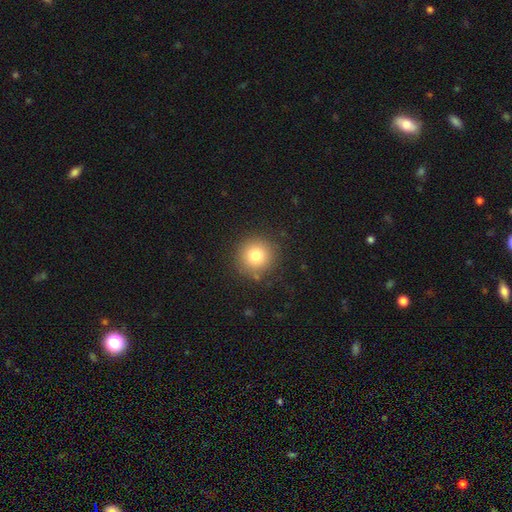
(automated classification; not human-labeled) The model was most divided on "smooth or featured": smooth: 79%, star or artifact: 12%, featured or disk: 9%. More confident: how rounded — round (94%); merging — none (88%).